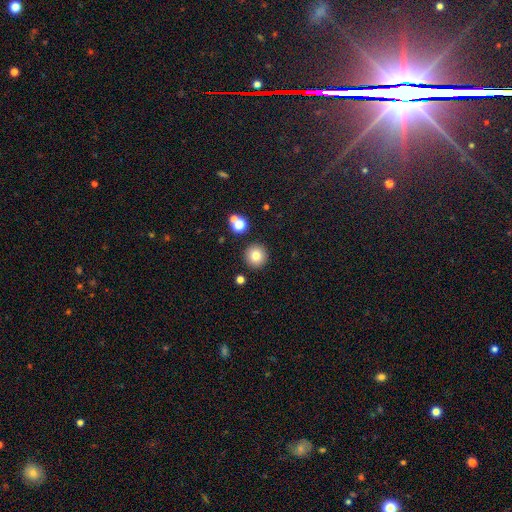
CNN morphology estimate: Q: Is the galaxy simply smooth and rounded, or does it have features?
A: smooth — 79%.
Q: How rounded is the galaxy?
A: round — 96%.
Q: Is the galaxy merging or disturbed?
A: none — 88%.